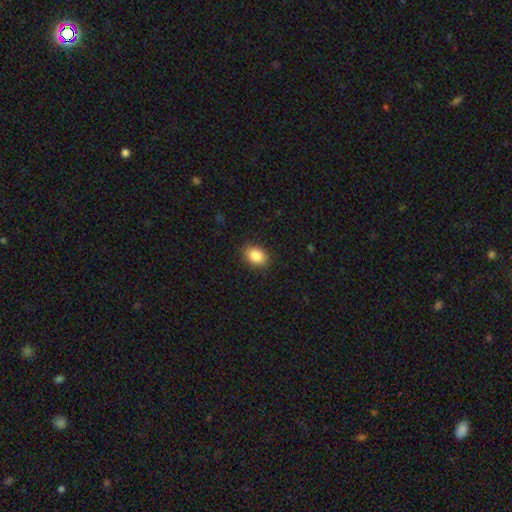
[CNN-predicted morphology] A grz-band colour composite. It shows a smooth galaxy with no disk features (86%) that is in between round and cigar-shaped (74%). Merging: none (88%).